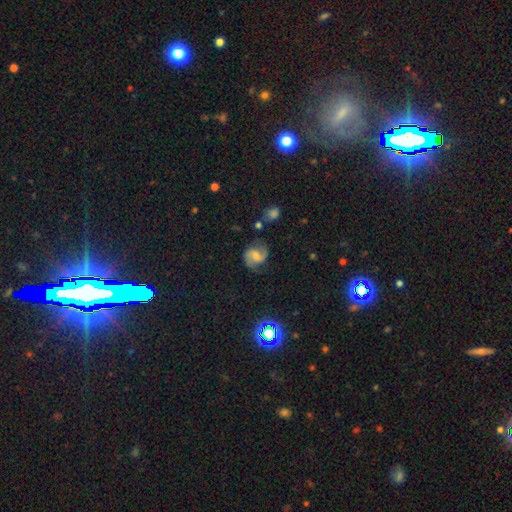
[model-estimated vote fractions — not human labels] This is likely a featured or disk galaxy (73%). It is clearly not viewed edge-on (98%). Bar: possibly weak (50%). Spiral arm pattern: clearly yes (94%). Spiral arm count: clearly 2 (90%). Spiral winding: possibly medium (50%). Central bulge: possibly moderate (53%). Merging: likely none (75%).